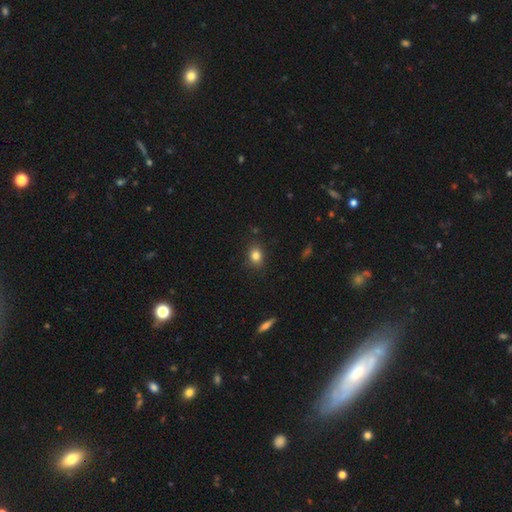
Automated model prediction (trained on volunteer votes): Smooth or featured? smooth (82%)
How rounded? in between (52%)
Merging? none (85%)